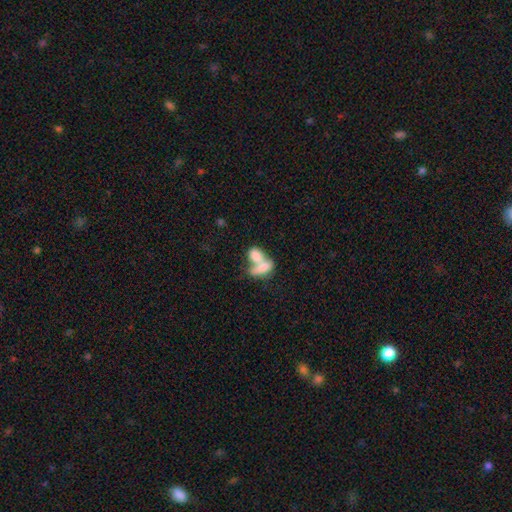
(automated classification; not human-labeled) A smooth galaxy with no disk features (72%) that is in between round and cigar-shaped (79%).

Vote fractions:
- Smooth or featured? smooth: 72% / featured or disk: 20% / star or artifact: 8%
- How rounded? in between: 79% / round: 14% / cigar-shaped: 7%
- Merging? merger: 75% / none: 14% / major disturbance: 6% / minor disturbance: 5%